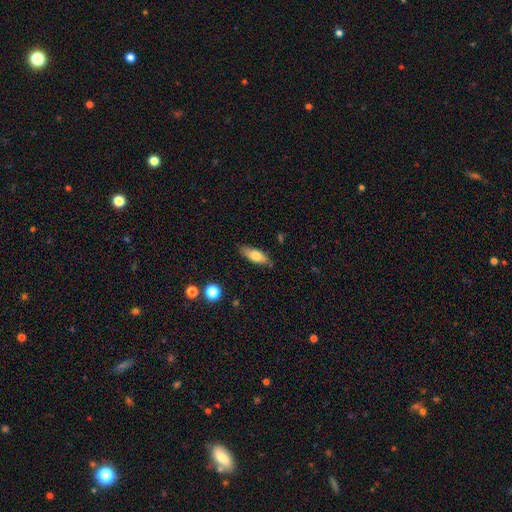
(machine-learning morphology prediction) A smooth galaxy with no disk features (72%) that is in between round and cigar-shaped (68%).

Vote fractions:
- Smooth or featured? smooth: 72% / featured or disk: 21% / star or artifact: 7%
- How rounded? in between: 68% / cigar-shaped: 30% / round: 3%
- Merging? none: 83% / minor disturbance: 13% / major disturbance: 2% / merger: 2%